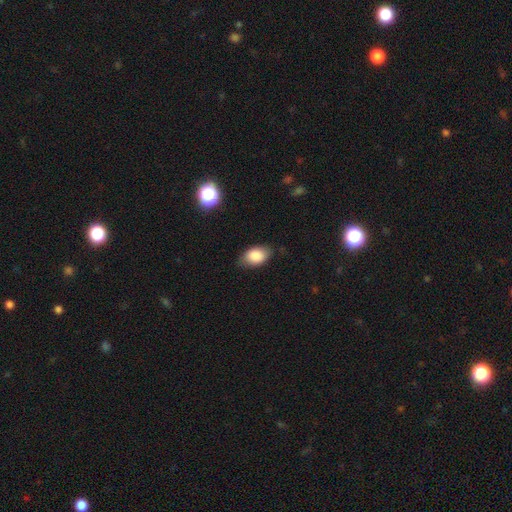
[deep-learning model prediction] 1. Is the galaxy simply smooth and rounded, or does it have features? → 84% smooth, 8% featured or disk, 7% star or artifact.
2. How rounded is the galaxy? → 90% in between, 8% round, 2% cigar-shaped.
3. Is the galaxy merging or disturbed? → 78% none, 17% minor disturbance, 4% major disturbance, 1% merger.